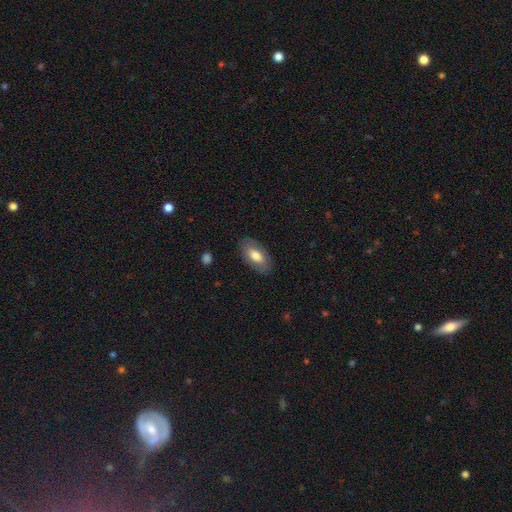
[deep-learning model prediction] smooth_or_featured: smooth (p=0.72) [alt: featured or disk p=0.21]
how_rounded: in between (p=0.93) [alt: round p=0.04]
merging: none (p=0.84) [alt: minor disturbance p=0.11]